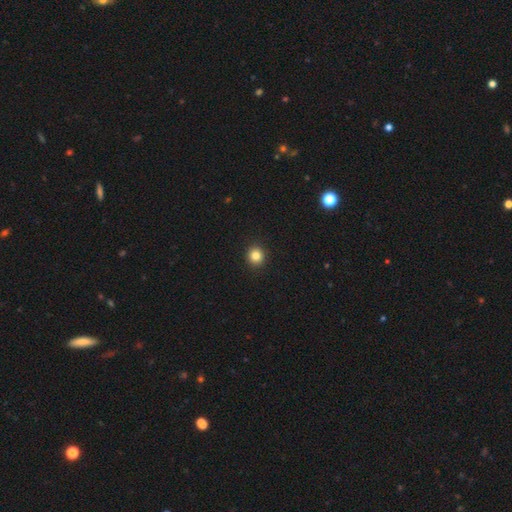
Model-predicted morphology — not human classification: The model was most divided on "smooth or featured": smooth: 84%, star or artifact: 11%, featured or disk: 5%. More confident: merging — none (93%); how rounded — round (90%).